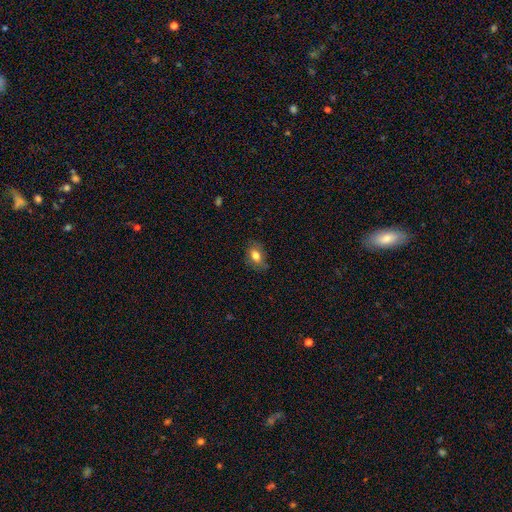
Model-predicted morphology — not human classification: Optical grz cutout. It shows a smooth galaxy with no disk features (77%) that is in between round and cigar-shaped (83%). Merging: none (75%).